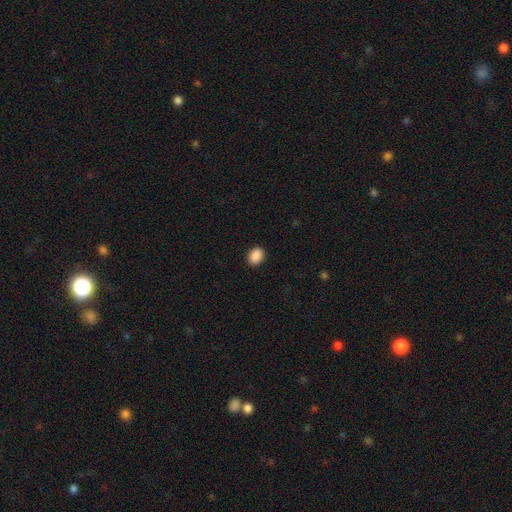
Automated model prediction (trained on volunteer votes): smooth_or_featured: smooth (p=0.90) [alt: star or artifact p=0.08]
how_rounded: in between (p=0.65) [alt: round p=0.34]
merging: none (p=0.91) [alt: minor disturbance p=0.07]